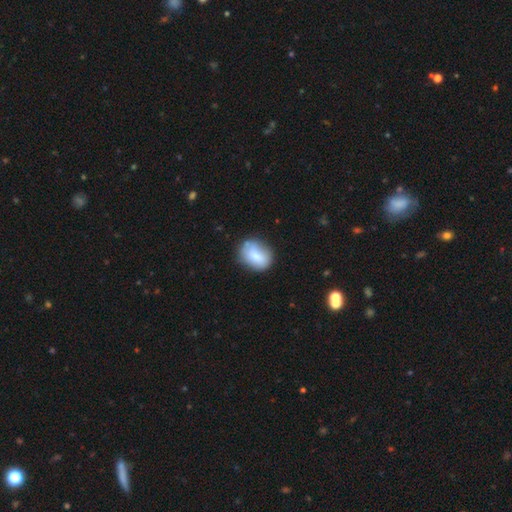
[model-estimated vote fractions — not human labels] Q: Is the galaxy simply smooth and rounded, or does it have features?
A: smooth — 75%.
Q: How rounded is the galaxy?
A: in between — 55%.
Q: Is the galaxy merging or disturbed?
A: none — 65%.